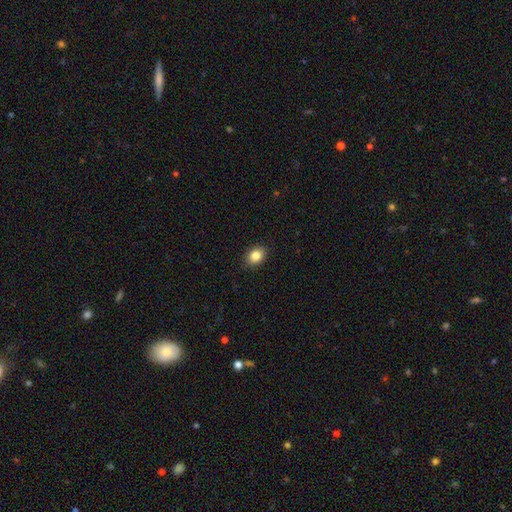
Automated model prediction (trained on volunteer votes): Smooth or featured? Predicted: smooth (p=0.85). How rounded? Predicted: in between (p=0.61). Merging? Predicted: none (p=0.88).